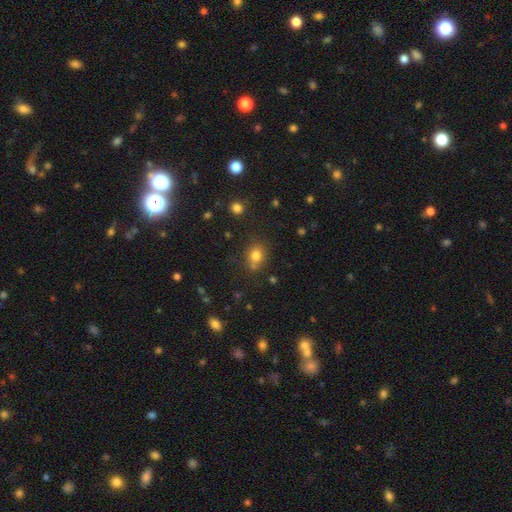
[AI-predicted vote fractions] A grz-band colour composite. It shows a smooth galaxy with no disk features (78%) that is round (65%). Merging: none (67%).